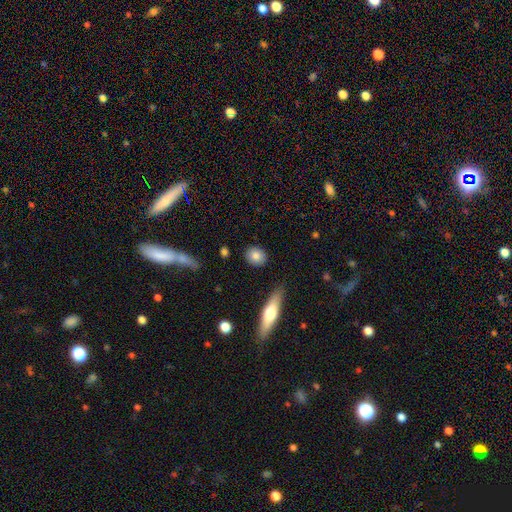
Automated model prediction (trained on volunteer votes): smooth-or-featured: smooth: 82% | featured or disk: 10% | star or artifact: 8%
  how-rounded: round: 63% | in between: 34% | cigar-shaped: 3%
  merging: none: 87% | minor disturbance: 9% | major disturbance: 2% | merger: 2%